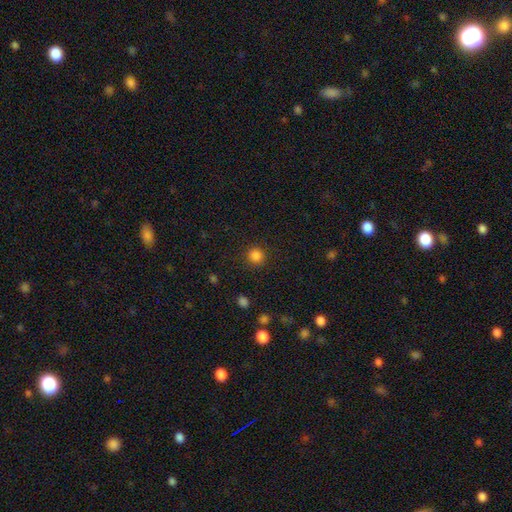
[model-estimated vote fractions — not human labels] smooth 84%, star or artifact 13%, featured or disk 4%. Down the decision tree: how rounded — round (93%); merging — none (90%).